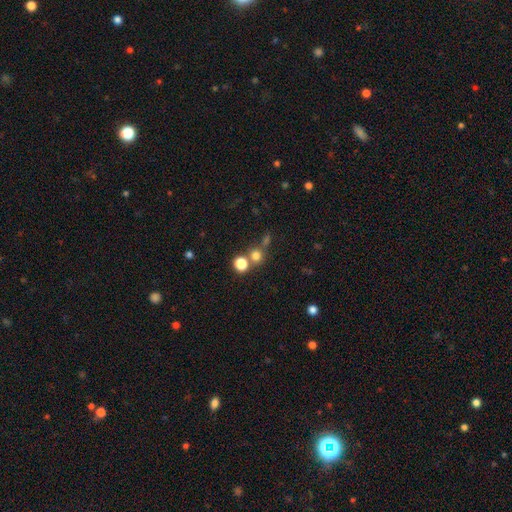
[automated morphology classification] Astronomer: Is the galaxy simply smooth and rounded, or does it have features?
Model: smooth — 74%.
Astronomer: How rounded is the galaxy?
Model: round — 89%.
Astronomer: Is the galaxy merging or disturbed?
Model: none — 60%.